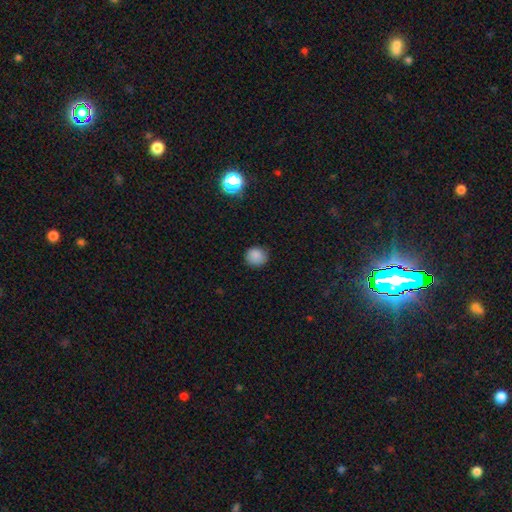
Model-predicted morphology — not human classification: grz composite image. It shows a smooth galaxy with no disk features (85%) that is round (88%). Merging: none (87%).